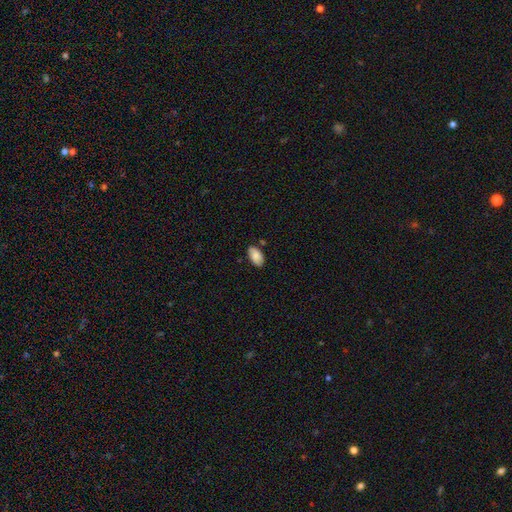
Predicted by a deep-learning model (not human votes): smooth-or-featured: smooth: 86% | featured or disk: 7% | star or artifact: 7%
  how-rounded: in between: 95% | round: 3% | cigar-shaped: 2%
  merging: none: 78% | minor disturbance: 16% | merger: 3% | major disturbance: 3%